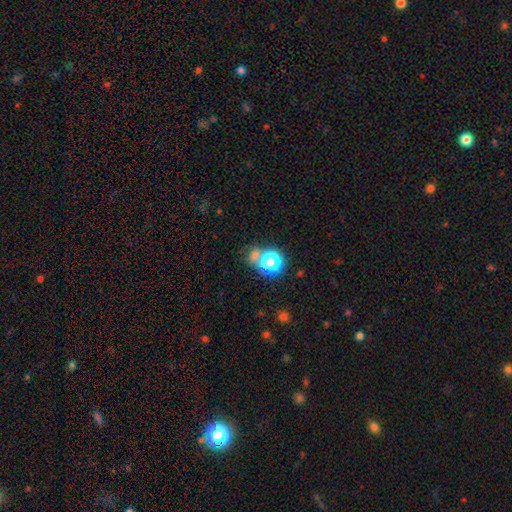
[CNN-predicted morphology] smooth-or-featured: smooth: 53% | star or artifact: 38% | featured or disk: 9%
  how-rounded: round: 78% | in between: 21% | cigar-shaped: 1%
  merging: none: 58% | merger: 26% | minor disturbance: 10% | major disturbance: 6%